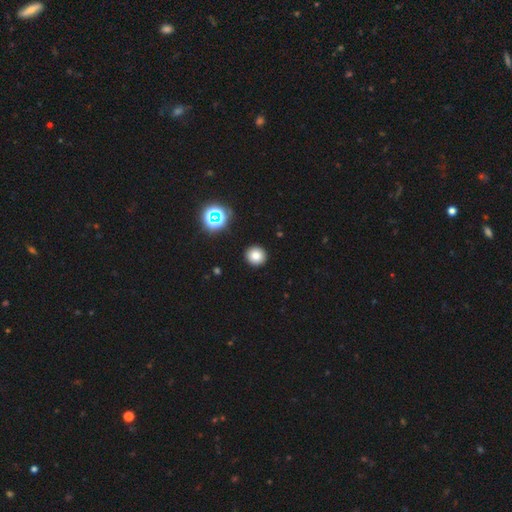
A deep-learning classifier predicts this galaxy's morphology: A smooth galaxy with no disk features (78%) that is round (94%). Merging: none (92%).